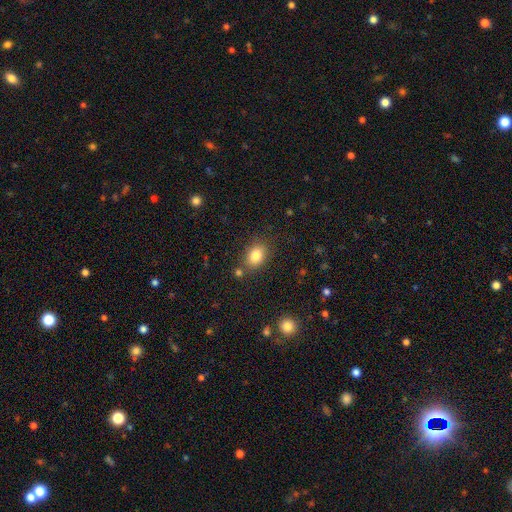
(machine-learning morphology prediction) Smooth or featured: smooth — 83% (star or artifact — 10%)
How rounded: in between — 69% (round — 30%)
Merging: none — 78% (minor disturbance — 12%)